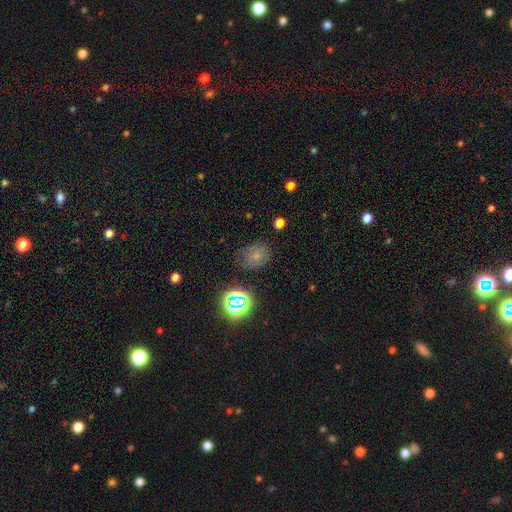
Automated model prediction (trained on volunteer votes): A smooth galaxy with no disk features (62%) that is round (57%).

Vote fractions:
- Smooth or featured? smooth: 62% / star or artifact: 26% / featured or disk: 13%
- How rounded? round: 57% / in between: 42% / cigar-shaped: 1%
- Merging? none: 69% / minor disturbance: 21% / major disturbance: 7% / merger: 3%